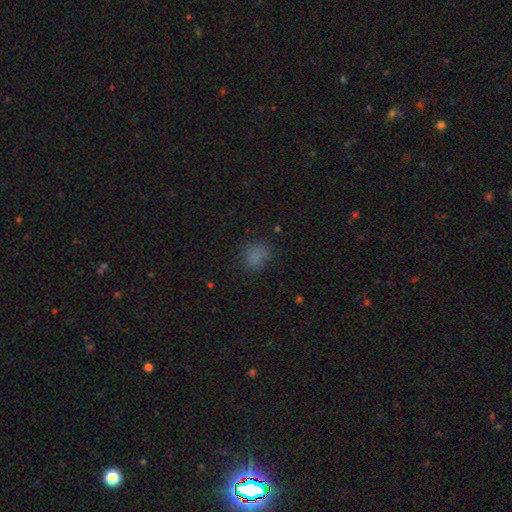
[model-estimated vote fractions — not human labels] This is likely a smooth galaxy (76%). How rounded: possibly round (58%). Merging: likely none (76%).